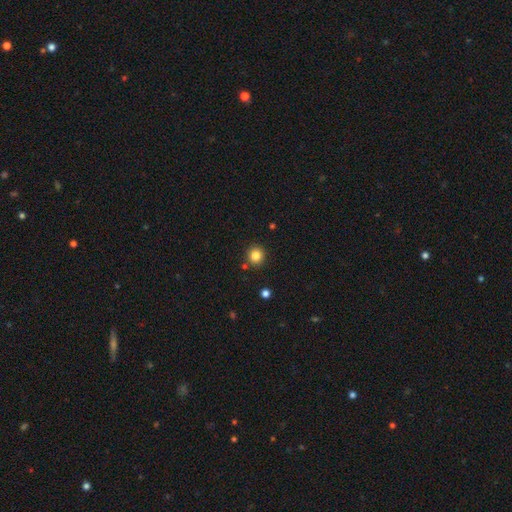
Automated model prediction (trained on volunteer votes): Smooth or featured: smooth — 84% (star or artifact — 12%)
How rounded: round — 91% (in between — 8%)
Merging: none — 87% (minor disturbance — 7%)